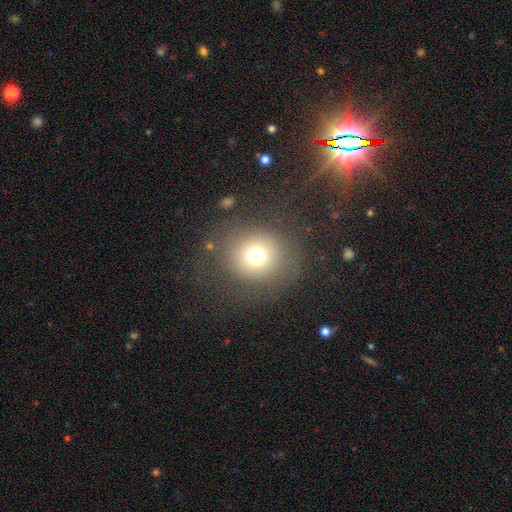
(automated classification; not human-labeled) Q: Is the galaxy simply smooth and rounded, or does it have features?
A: smooth — 72%.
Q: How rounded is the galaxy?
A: round — 87%.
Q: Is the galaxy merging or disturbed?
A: none — 75%.